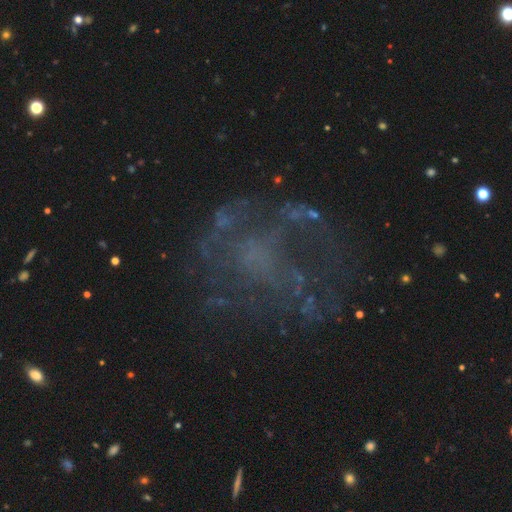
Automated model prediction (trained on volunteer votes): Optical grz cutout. It shows a featured or disk galaxy (60%) with no bar (84%), no spiral arms (63%) and no central bulge (65%). Merging: none (51%).